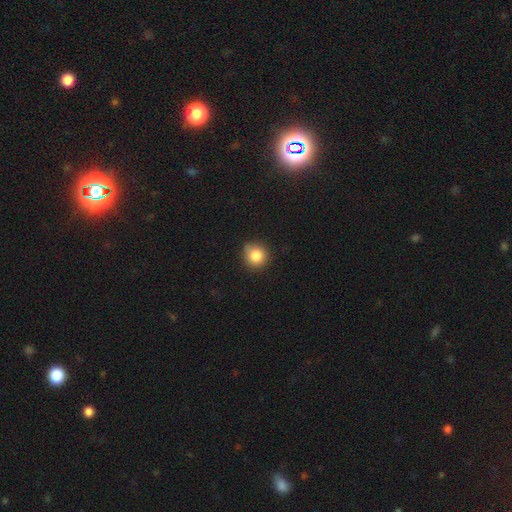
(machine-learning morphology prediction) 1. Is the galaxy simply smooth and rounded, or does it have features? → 84% smooth, 10% star or artifact, 5% featured or disk.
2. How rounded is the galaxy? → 90% round, 9% in between, 1% cigar-shaped.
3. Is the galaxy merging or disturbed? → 80% none, 16% minor disturbance, 3% major disturbance, 2% merger.